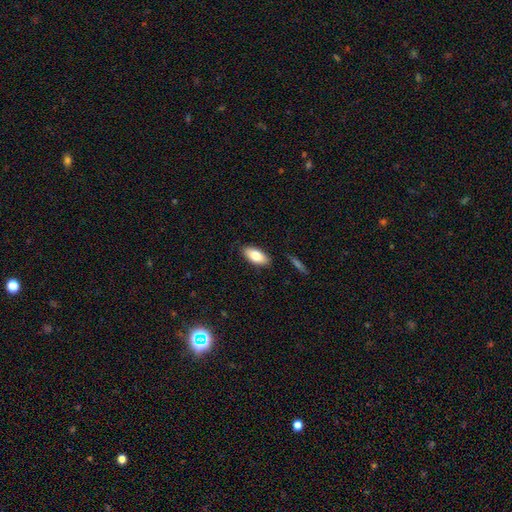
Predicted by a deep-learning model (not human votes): smooth-or-featured: smooth: 80% | featured or disk: 13% | star or artifact: 6%
  how-rounded: in between: 89% | cigar-shaped: 9% | round: 3%
  merging: none: 87% | minor disturbance: 10% | major disturbance: 2% | merger: 2%